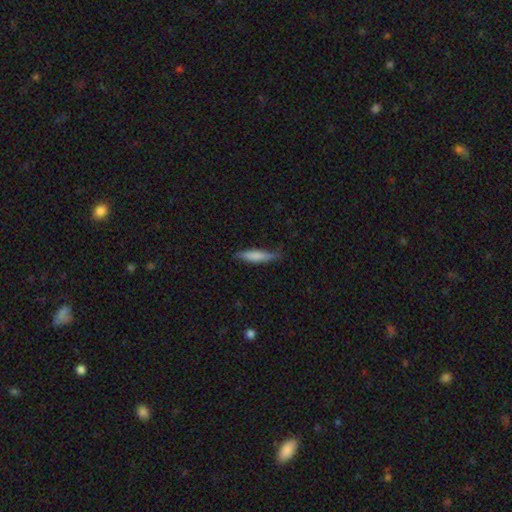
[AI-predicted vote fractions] A smooth galaxy with no disk features (76%) that is cigar-shaped (79%). Merging: none (70%).